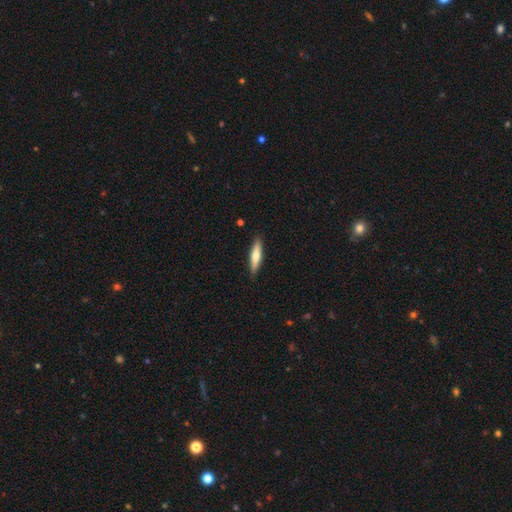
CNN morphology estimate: type=smooth (61%); roundness=cigar-shaped (80%); merging=none (90%).